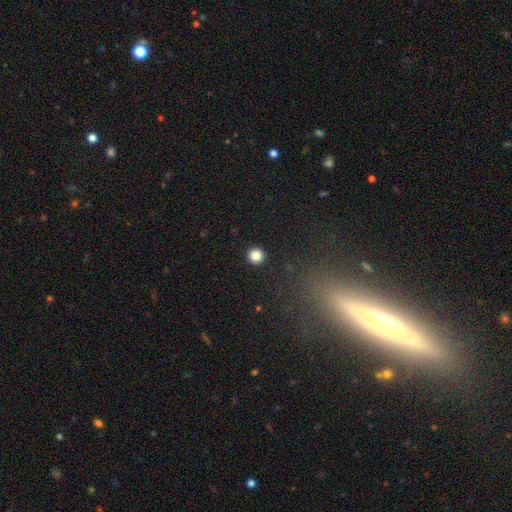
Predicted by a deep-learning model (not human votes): Smooth or featured?
  - smooth: 85% *
  - star or artifact: 12%
  - featured or disk: 4%
How rounded?
  - round: 96% *
  - in between: 4%
  - cigar-shaped: 1%
Merging?
  - none: 93% *
  - minor disturbance: 4%
  - major disturbance: 2%
  - merger: 1%